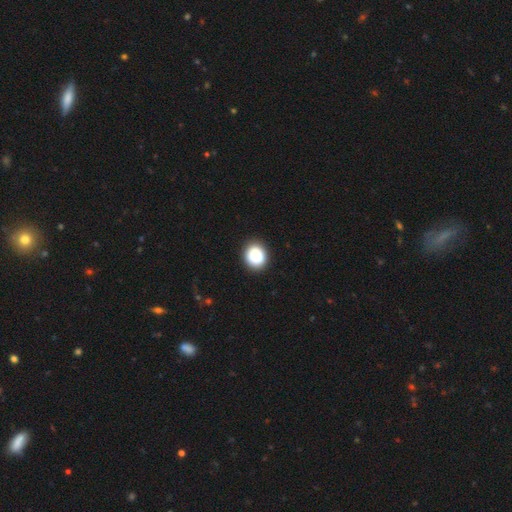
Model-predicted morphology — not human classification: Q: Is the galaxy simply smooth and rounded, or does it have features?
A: smooth — 88%.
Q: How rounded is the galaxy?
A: round — 76%.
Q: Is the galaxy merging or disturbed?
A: none — 90%.